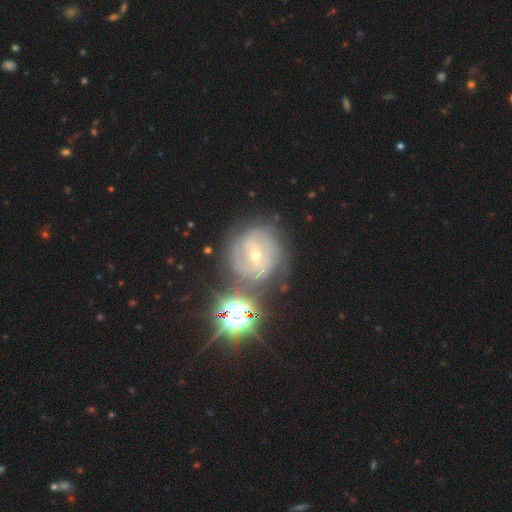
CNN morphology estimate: smooth_or_featured: featured or disk (p=0.76) [alt: star or artifact p=0.13]
disk_edge_on: no (p=0.97) [alt: yes p=0.03]
bar: weak (p=0.43) [alt: no p=0.39]
has_spiral_arms: yes (p=0.93) [alt: no p=0.07]
spiral_winding: tight (p=0.63) [alt: medium p=0.30]
spiral_arm_count: can't tell (p=0.34) [alt: 3 p=0.22]
bulge_size: small (p=0.61) [alt: moderate p=0.36]
merging: none (p=0.70) [alt: minor disturbance p=0.15]